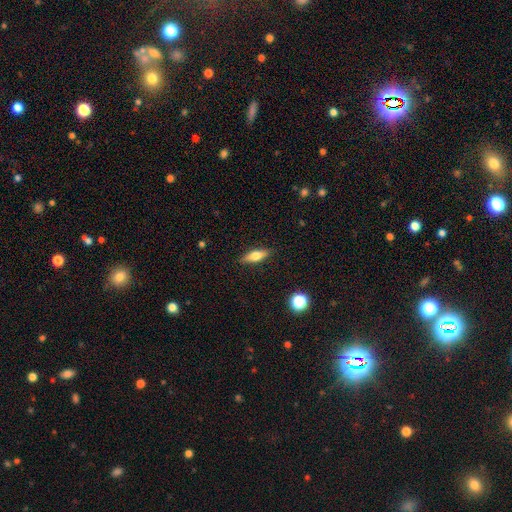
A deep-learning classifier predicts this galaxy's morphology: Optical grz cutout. It shows a smooth galaxy with no disk features (57%) that is in between round and cigar-shaped (51%). Merging: none (87%).